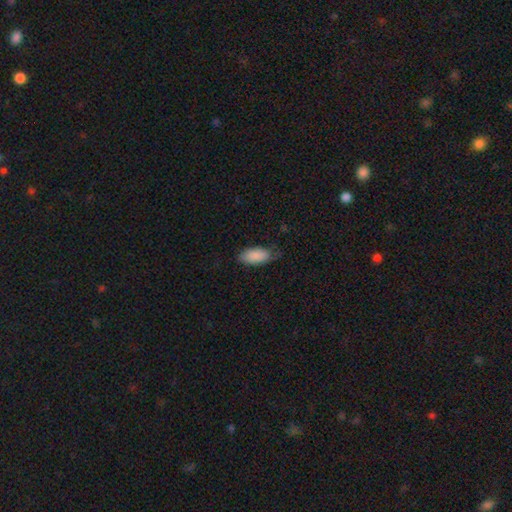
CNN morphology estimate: The model was most divided on "merging": none: 66%, minor disturbance: 27%, major disturbance: 6%, merger: 1%. More confident: how rounded — in between (90%); smooth or featured — smooth (88%).